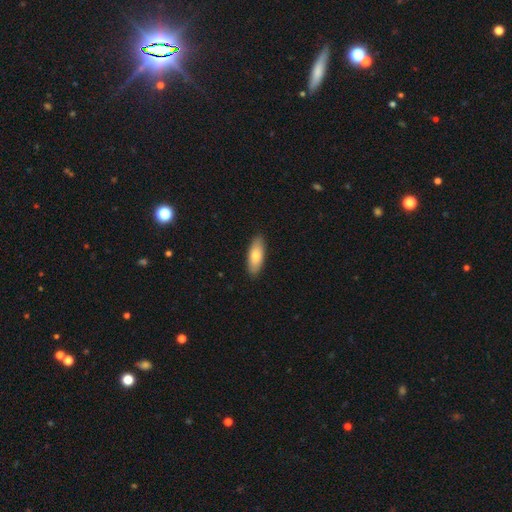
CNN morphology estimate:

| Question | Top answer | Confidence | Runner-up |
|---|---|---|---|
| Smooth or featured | smooth | 78% | featured or disk (16%) |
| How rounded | in between | 71% | cigar-shaped (27%) |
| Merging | none | 89% | minor disturbance (8%) |